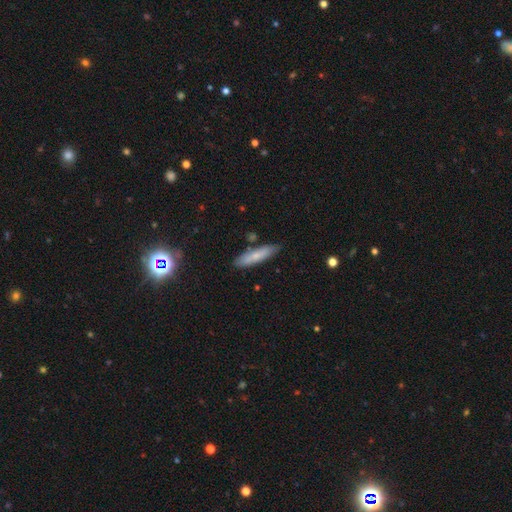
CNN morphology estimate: type=smooth (70%); roundness=cigar-shaped (77%); merging=none (81%).